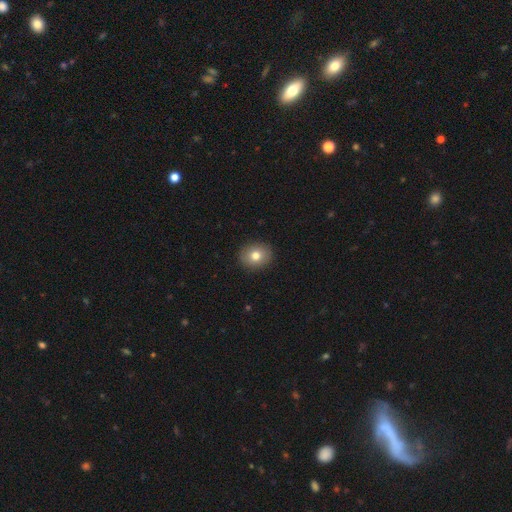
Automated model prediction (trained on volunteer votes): Smooth or featured?
  - smooth: 79% *
  - featured or disk: 12%
  - star or artifact: 10%
How rounded?
  - round: 71% *
  - in between: 28%
  - cigar-shaped: 1%
Merging?
  - none: 91% *
  - minor disturbance: 6%
  - major disturbance: 2%
  - merger: 1%